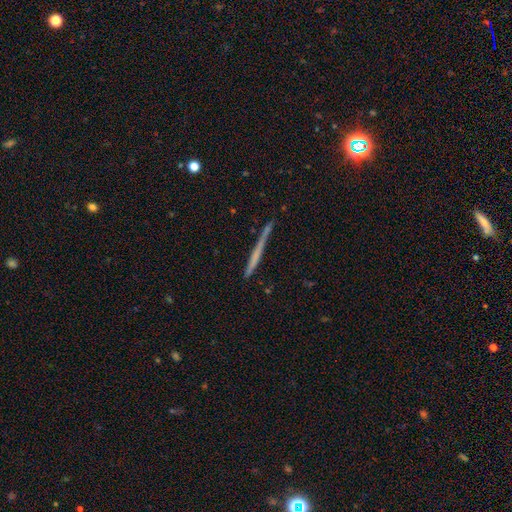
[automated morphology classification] smooth_or_featured: featured or disk (p=0.48) [alt: smooth p=0.45]
merging: none (p=0.84) [alt: minor disturbance p=0.12]